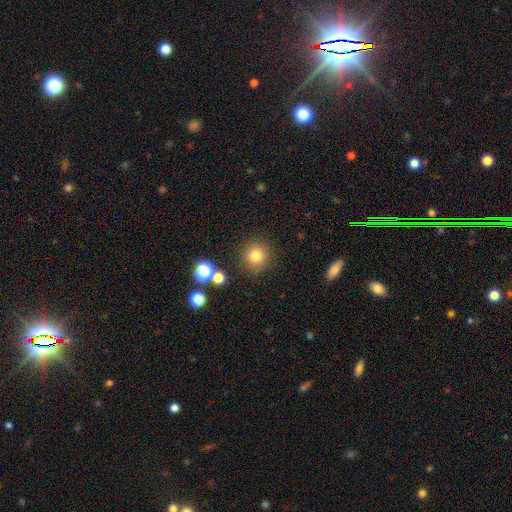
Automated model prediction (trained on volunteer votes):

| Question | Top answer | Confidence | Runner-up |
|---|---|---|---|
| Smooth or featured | smooth | 78% | star or artifact (14%) |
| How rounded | round | 94% | in between (6%) |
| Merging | none | 85% | minor disturbance (8%) |